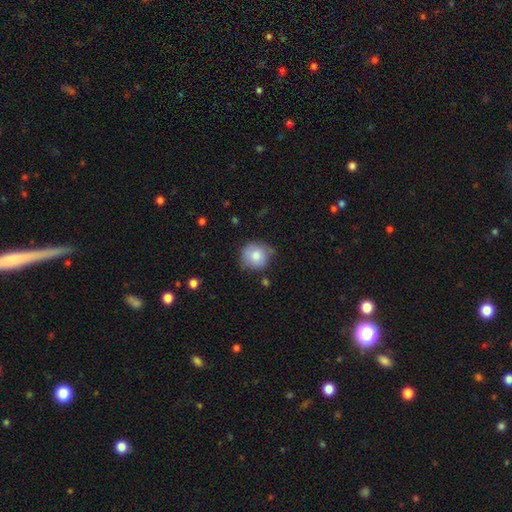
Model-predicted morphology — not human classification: Smooth or featured? smooth (79%)
How rounded? round (87%)
Merging? none (62%)